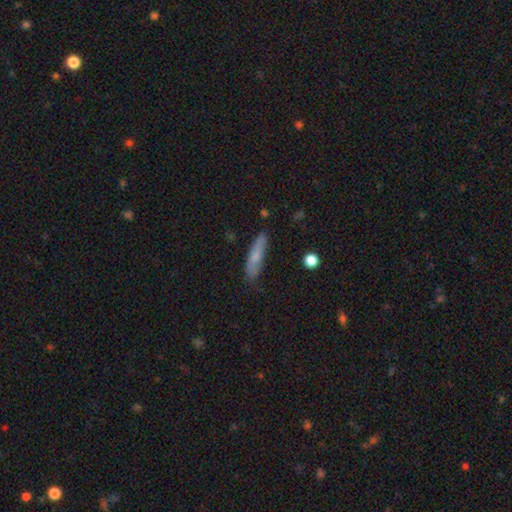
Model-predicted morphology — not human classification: A smooth galaxy with no disk features (68%) that is cigar-shaped (79%). Merging: none (77%).